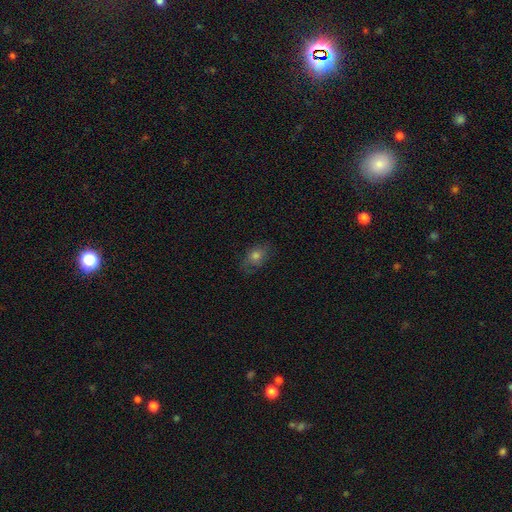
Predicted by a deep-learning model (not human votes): A smooth galaxy with no disk features (63%) that is in between round and cigar-shaped (72%).

Vote fractions:
- Smooth or featured? smooth: 63% / featured or disk: 23% / star or artifact: 14%
- How rounded? in between: 72% / round: 26% / cigar-shaped: 2%
- Merging? none: 71% / minor disturbance: 21% / major disturbance: 7% / merger: 1%